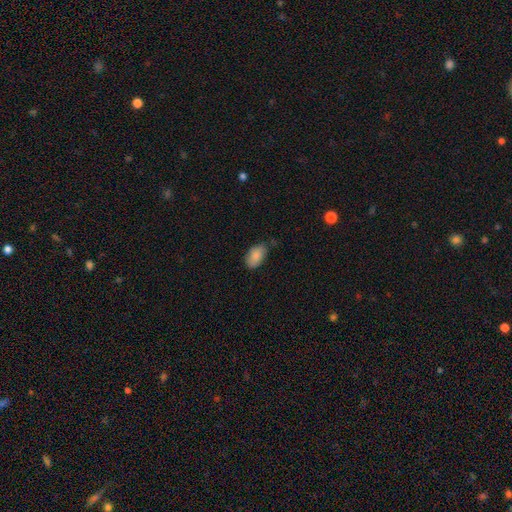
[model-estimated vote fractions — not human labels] This appears to be a smooth galaxy with no disk features (88%) that is in between round and cigar-shaped (94%). Merging: none (71%).